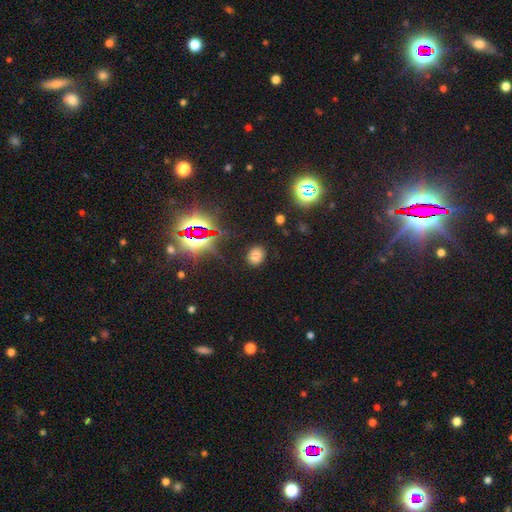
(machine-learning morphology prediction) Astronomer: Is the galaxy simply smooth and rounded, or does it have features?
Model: smooth — 70%.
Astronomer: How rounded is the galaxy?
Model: round — 51% (runner-up: in between, 47%).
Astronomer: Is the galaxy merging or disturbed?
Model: none — 86%.